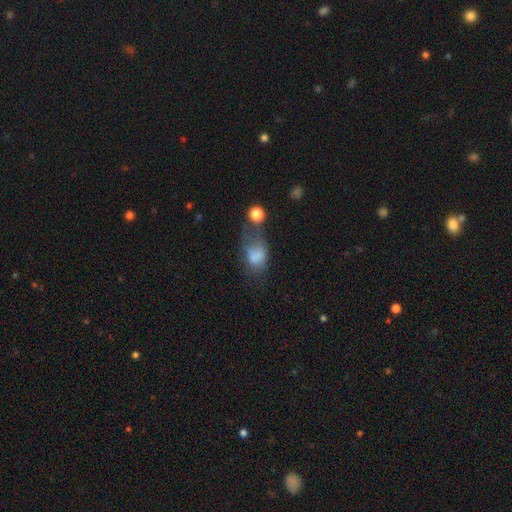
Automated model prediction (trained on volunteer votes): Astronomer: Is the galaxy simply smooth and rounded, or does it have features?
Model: smooth — 71%.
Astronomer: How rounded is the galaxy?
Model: in between — 75%.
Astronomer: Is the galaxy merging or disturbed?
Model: major disturbance — 33% (runner-up: merger, 26%).